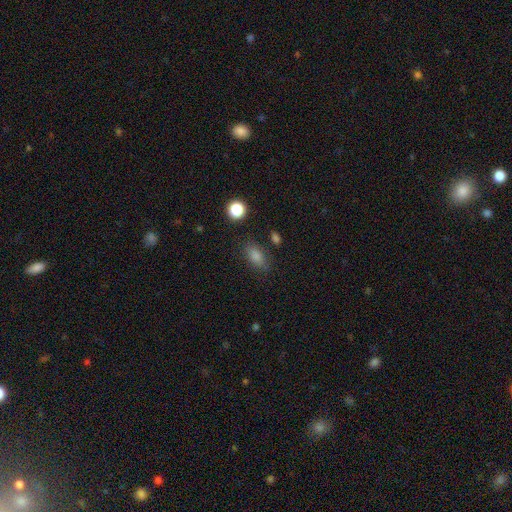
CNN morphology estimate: Smooth or featured? Predicted: smooth (p=0.78). How rounded? Predicted: in between (p=0.83). Merging? Predicted: none (p=0.81).